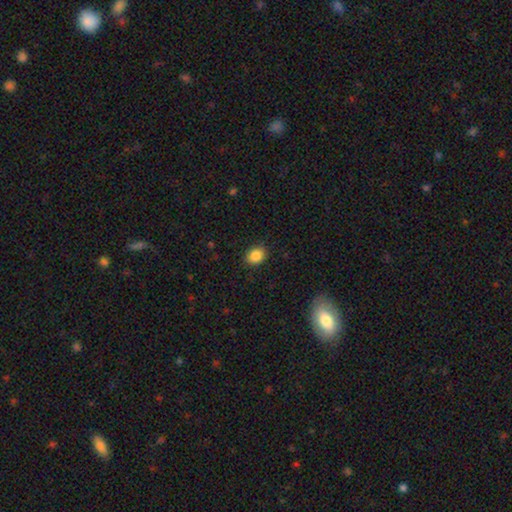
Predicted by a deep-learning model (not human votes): smooth-or-featured: smooth: 87% | star or artifact: 9% | featured or disk: 4%
  how-rounded: round: 51% | in between: 48% | cigar-shaped: 1%
  merging: none: 87% | minor disturbance: 9% | major disturbance: 2% | merger: 1%